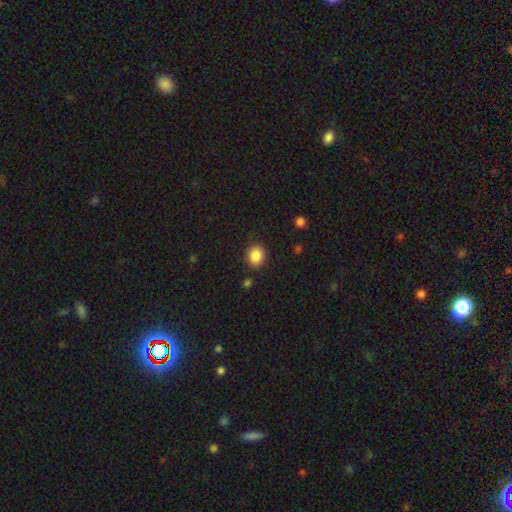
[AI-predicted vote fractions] Smooth or featured? smooth (87%)
How rounded? round (71%)
Merging? none (87%)